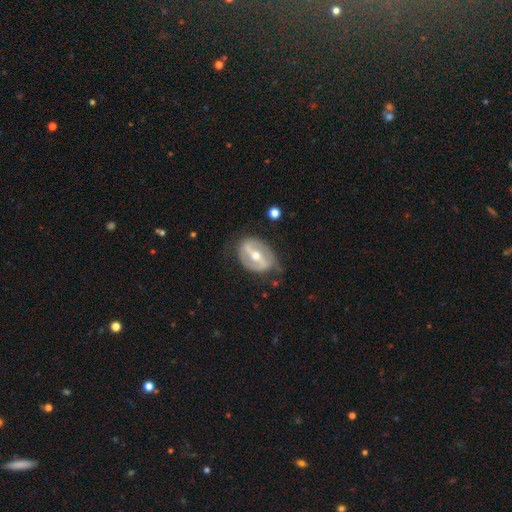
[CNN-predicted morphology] Smooth or featured? featured or disk (77%)
Edge-on disk? no (93%)
Bar? strong (66%)
Spiral arms? yes (60%)
Bulge size? moderate (62%)
Merging? none (67%)